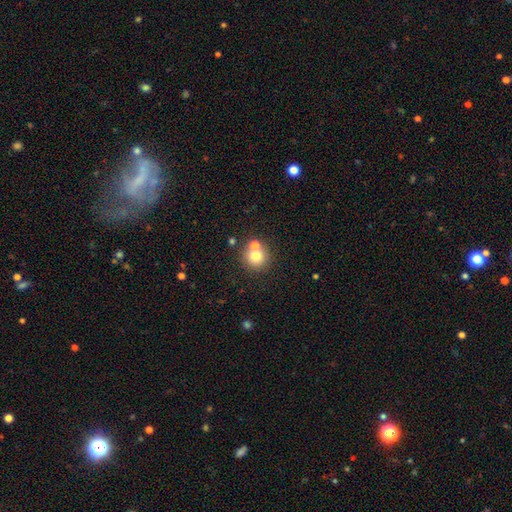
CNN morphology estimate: Smooth or featured? smooth (74%)
How rounded? round (92%)
Merging? none (63%)